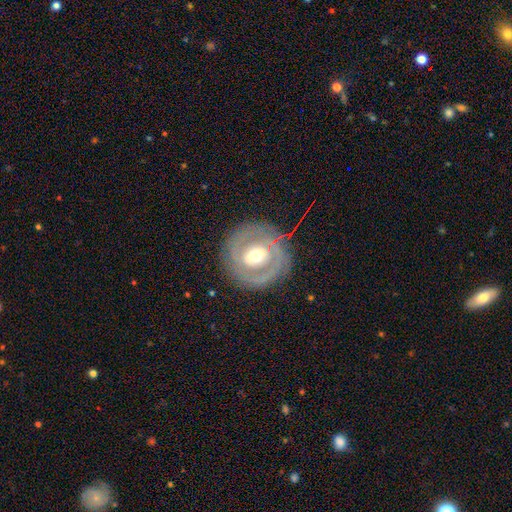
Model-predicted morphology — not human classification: smooth-or-featured: featured or disk: 71% | smooth: 22% | star or artifact: 6%
  disk-edge-on: no: 96% | yes: 4%
    bar: no: 41% | weak: 38% | strong: 21%
    has-spiral-arms: yes: 61% | no: 39%
    bulge-size: moderate: 68% | small: 21% | large: 9% | dominant: 1% | none: 1%
  merging: none: 80% | minor disturbance: 13% | major disturbance: 6% | merger: 1%